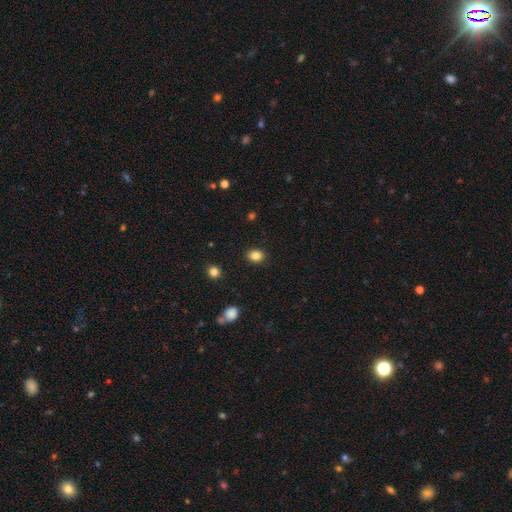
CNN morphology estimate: This is clearly a smooth galaxy (85%). How rounded: likely in between (61%). Merging: clearly none (88%).